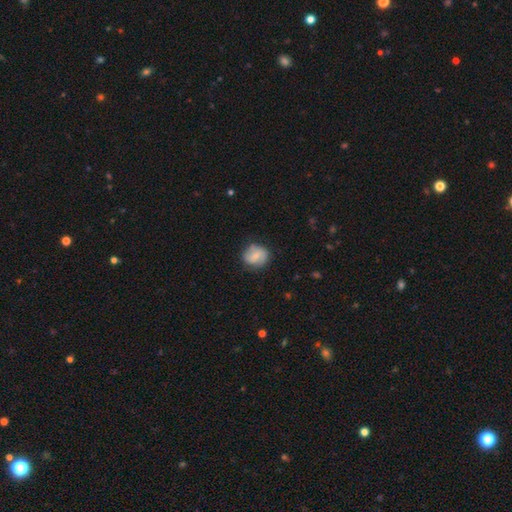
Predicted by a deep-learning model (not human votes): smooth-or-featured: smooth: 56% | featured or disk: 36% | star or artifact: 7%
  how-rounded: round: 76% | in between: 23% | cigar-shaped: 1%
  merging: none: 72% | minor disturbance: 21% | major disturbance: 5% | merger: 1%